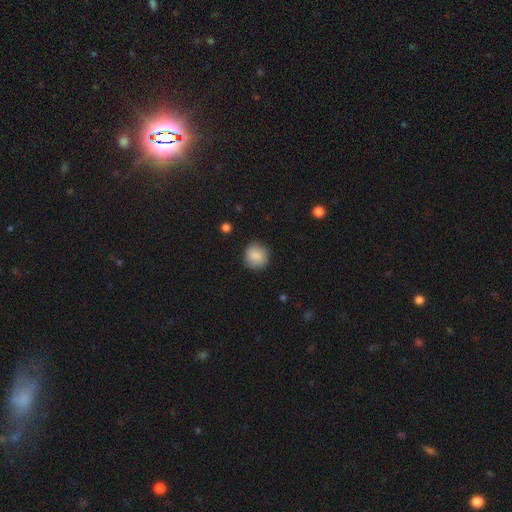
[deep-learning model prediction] Q: Smooth or featured?
A: smooth (87%); runner-up: star or artifact (8%)
Q: How rounded?
A: round (87%); runner-up: in between (12%)
Q: Merging?
A: none (85%); runner-up: minor disturbance (11%)